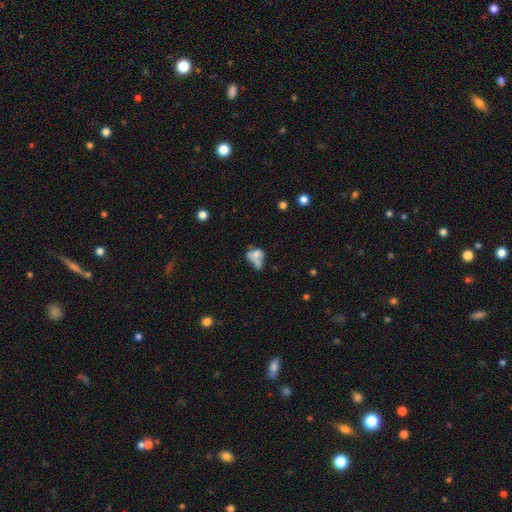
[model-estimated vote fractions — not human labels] This appears to be a smooth galaxy with no disk features (56%) that is in between round and cigar-shaped (67%). Merging: merger (46%).